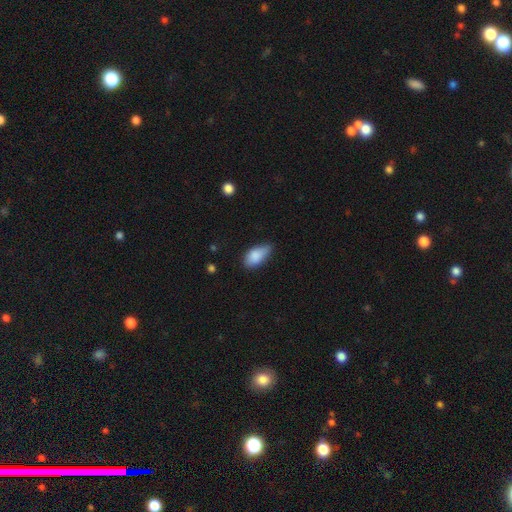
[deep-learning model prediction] Overall: smooth (86%). How rounded: in between (91%). Merging: none (58%; minor disturbance 35%).